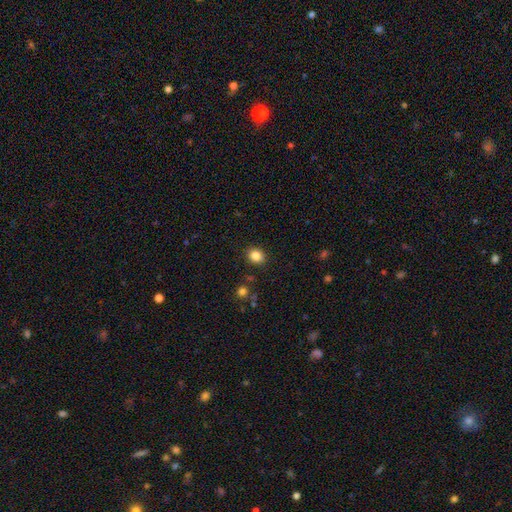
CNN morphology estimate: A smooth galaxy with no disk features (85%) that is round (60%).

Vote fractions:
- Smooth or featured? smooth: 85% / star or artifact: 10% / featured or disk: 5%
- How rounded? round: 60% / in between: 39% / cigar-shaped: 1%
- Merging? none: 89% / minor disturbance: 7% / major disturbance: 2% / merger: 2%